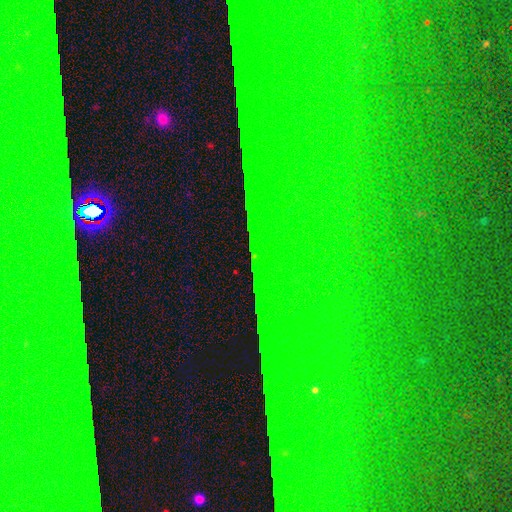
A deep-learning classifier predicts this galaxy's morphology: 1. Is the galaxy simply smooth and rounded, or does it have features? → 87% star or artifact, 7% featured or disk, 6% smooth.